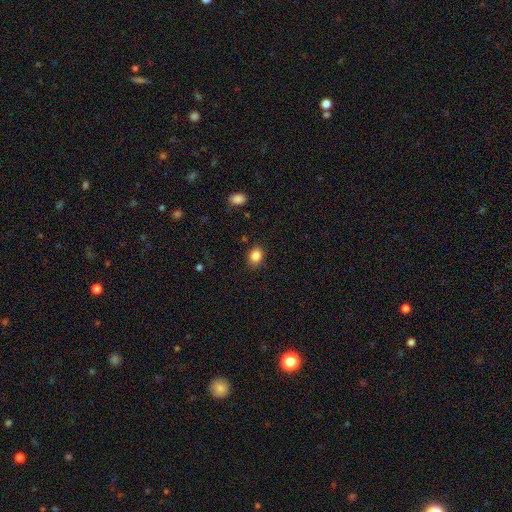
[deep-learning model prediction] Smooth or featured?
  - smooth: 85% *
  - star or artifact: 10%
  - featured or disk: 5%
How rounded?
  - round: 50% *
  - in between: 49%
  - cigar-shaped: 1%
Merging?
  - none: 83% *
  - minor disturbance: 13%
  - major disturbance: 3%
  - merger: 2%